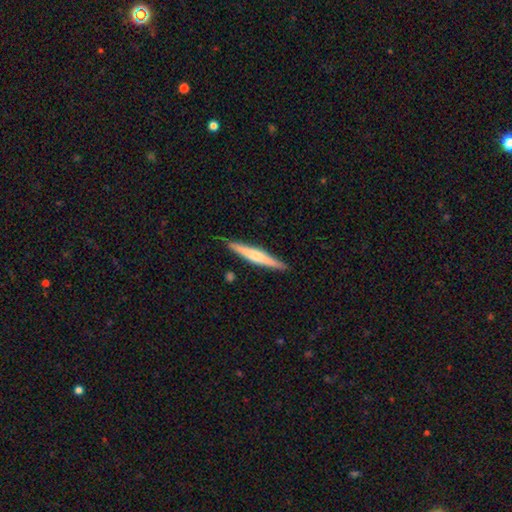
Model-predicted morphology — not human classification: Overall: featured or disk (55%; smooth 40%). Edge-on disk: yes (96%). Edge-on bulge: rounded (72%). Merging: none (86%).